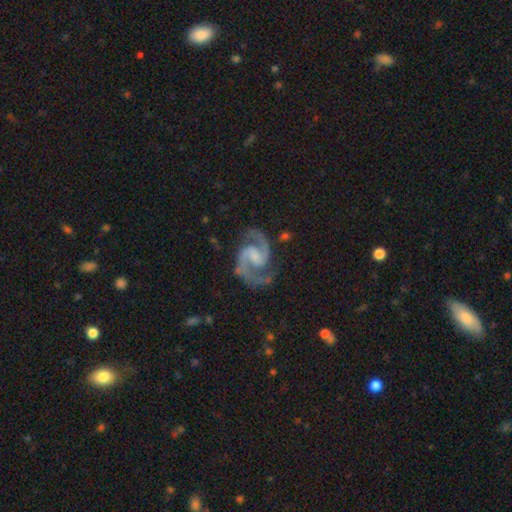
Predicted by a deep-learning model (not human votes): The model was most divided on "bulge size": small: 38%, none: 33%, moderate: 25%, large: 3%, dominant: 1%. More confident: spiral arms — yes (99%); edge-on disk — no (98%); spiral arm count — 2 (95%); smooth or featured — featured or disk (94%); merging — none (80%); spiral winding — medium (68%); bar — weak (52%).